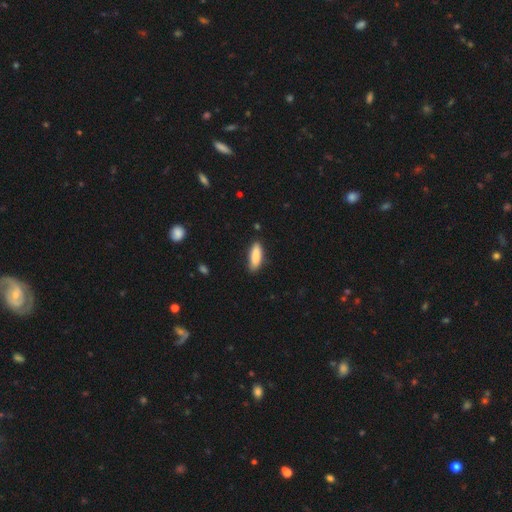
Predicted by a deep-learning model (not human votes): This appears to be a smooth galaxy with no disk features (87%) that is in between round and cigar-shaped (54%). Merging: none (84%).